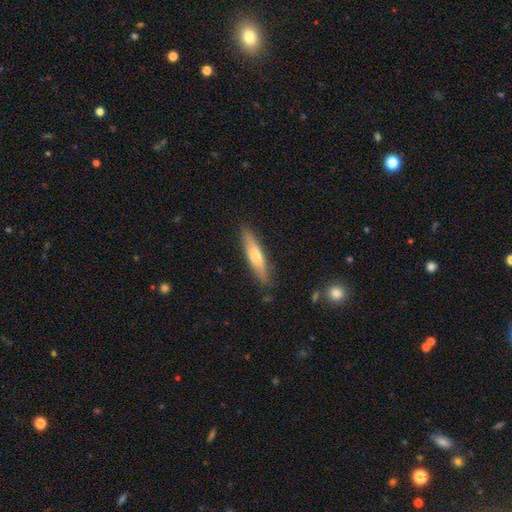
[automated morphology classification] A smooth galaxy with no disk features (59%) that is cigar-shaped (82%).

Vote fractions:
- Smooth or featured? smooth: 59% / featured or disk: 35% / star or artifact: 6%
- How rounded? cigar-shaped: 82% / in between: 17% / round: 2%
- Merging? none: 86% / minor disturbance: 10% / major disturbance: 2% / merger: 1%